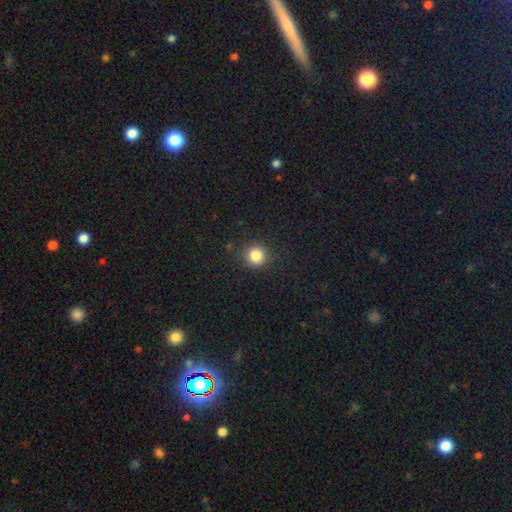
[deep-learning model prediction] A smooth galaxy with no disk features (84%) that is round (92%). Merging: none (89%).